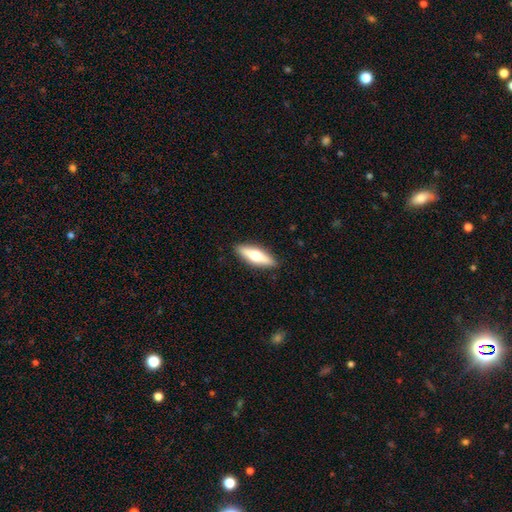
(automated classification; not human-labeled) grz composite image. It shows a smooth galaxy with no disk features (50%). Merging: none (89%).